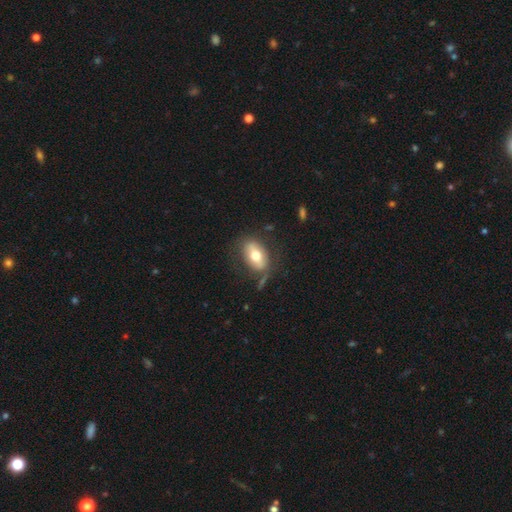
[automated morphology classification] smooth 61%, featured or disk 32%, star or artifact 7%. Down the decision tree: how rounded — in between (87%); merging — none (70%).